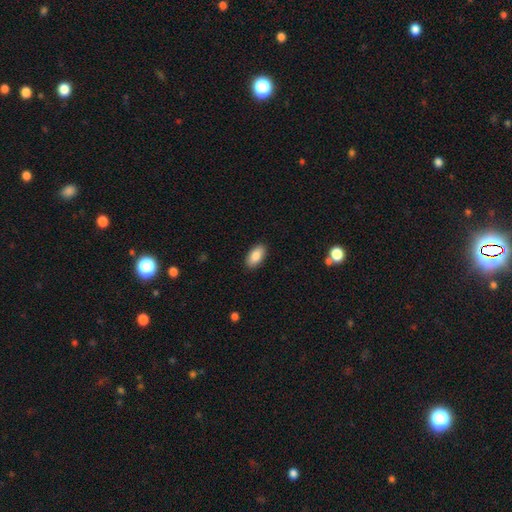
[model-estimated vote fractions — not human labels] This appears to be a smooth galaxy with no disk features (86%) that is in between round and cigar-shaped (93%). Merging: none (89%).